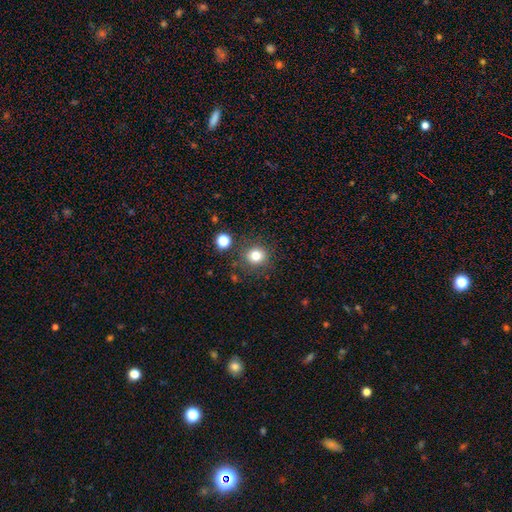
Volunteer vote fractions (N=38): This is clearly a smooth galaxy (84%). How rounded: clearly round (91%). Merging: clearly none (89%).